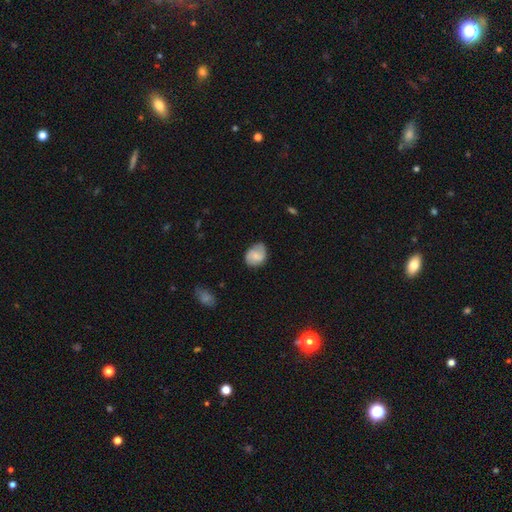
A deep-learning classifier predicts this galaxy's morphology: Smooth or featured? Predicted: smooth (p=0.52). How rounded? Predicted: in between (p=0.52). Merging? Predicted: none (p=0.71).